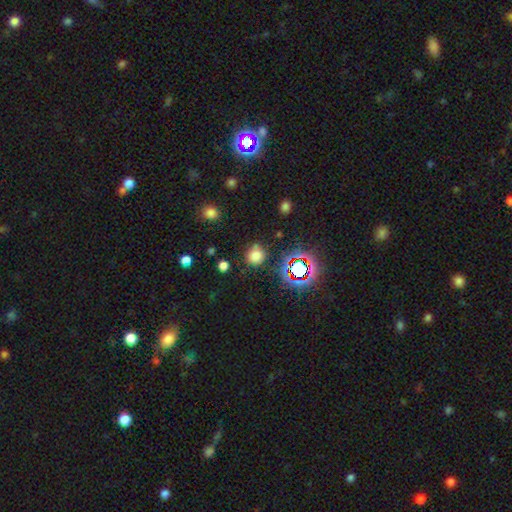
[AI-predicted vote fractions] The model was most divided on "smooth or featured": smooth: 70%, star or artifact: 23%, featured or disk: 7%. More confident: how rounded — round (88%); merging — none (78%).